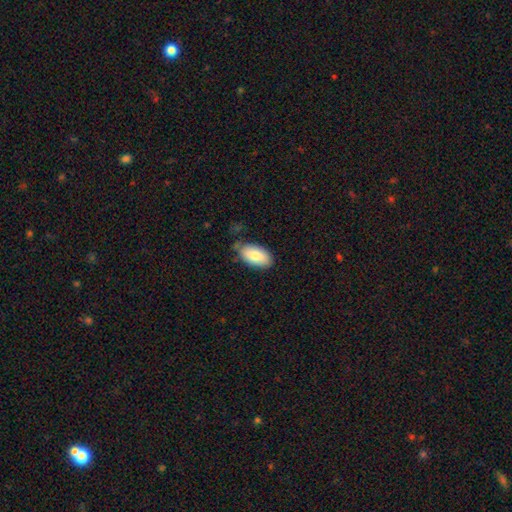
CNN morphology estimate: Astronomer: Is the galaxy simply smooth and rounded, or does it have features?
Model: smooth — 84%.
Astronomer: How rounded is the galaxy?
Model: in between — 95%.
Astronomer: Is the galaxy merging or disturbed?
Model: none — 71%.